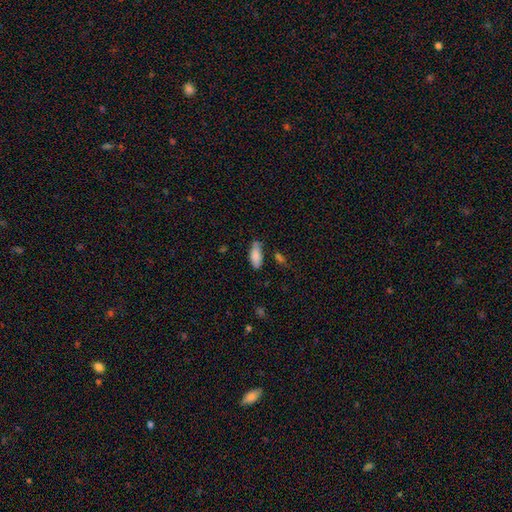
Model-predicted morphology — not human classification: A smooth galaxy with no disk features (85%) that is in between round and cigar-shaped (82%). Merging: none (66%).